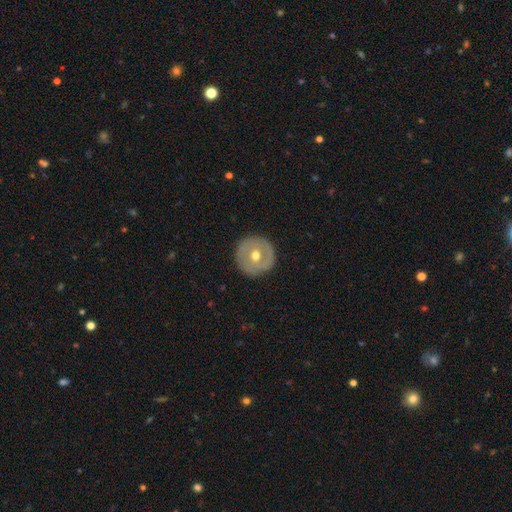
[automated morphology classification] Q: Smooth or featured?
A: featured or disk (49%); runner-up: smooth (45%)
Q: Merging?
A: none (89%); runner-up: minor disturbance (7%)